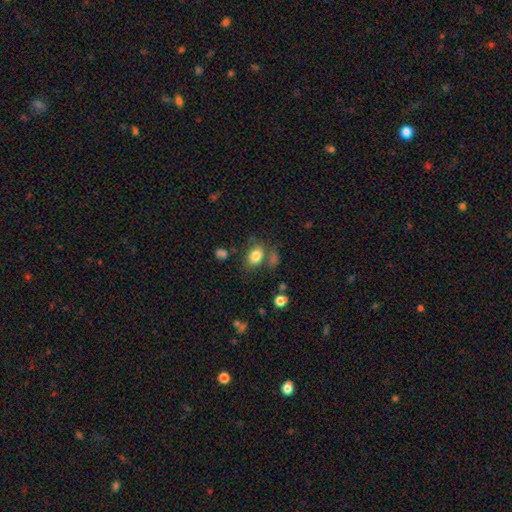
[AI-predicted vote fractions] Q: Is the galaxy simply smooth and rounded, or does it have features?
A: smooth — 82%.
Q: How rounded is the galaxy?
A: in between — 78%.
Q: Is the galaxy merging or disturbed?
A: none — 66%.